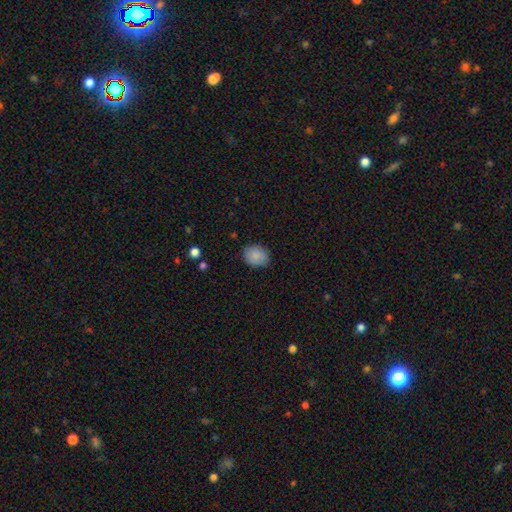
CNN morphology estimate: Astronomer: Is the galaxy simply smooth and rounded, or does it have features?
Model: smooth — 86%.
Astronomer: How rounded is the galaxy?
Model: round — 52% (runner-up: in between, 48%).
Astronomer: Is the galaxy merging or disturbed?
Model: none — 83%.